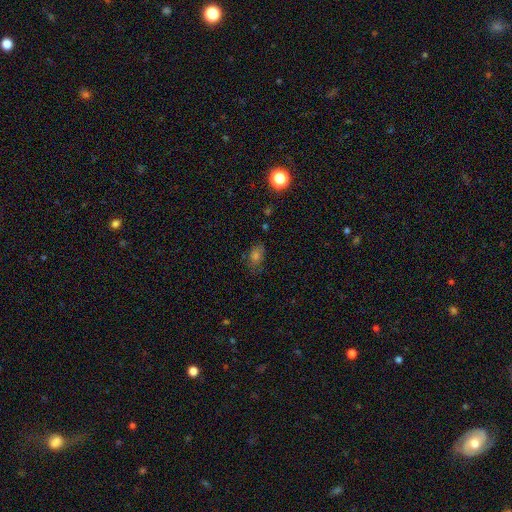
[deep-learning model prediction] This is likely a smooth galaxy (65%). How rounded: likely in between (76%). Merging: likely none (73%).